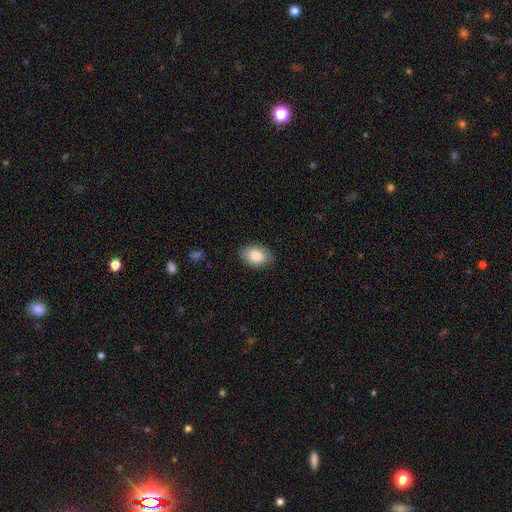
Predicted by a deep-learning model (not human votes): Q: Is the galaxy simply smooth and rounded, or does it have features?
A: smooth — 85%.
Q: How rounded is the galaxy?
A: in between — 82%.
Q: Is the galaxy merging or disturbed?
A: none — 84%.